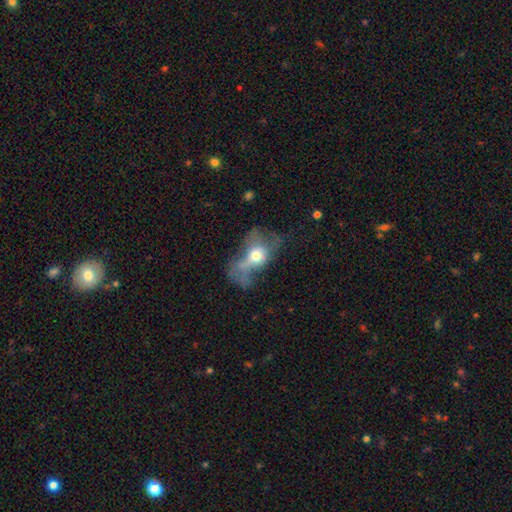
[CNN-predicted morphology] This is possibly a smooth galaxy (47%). Merging: possibly major disturbance (53%).